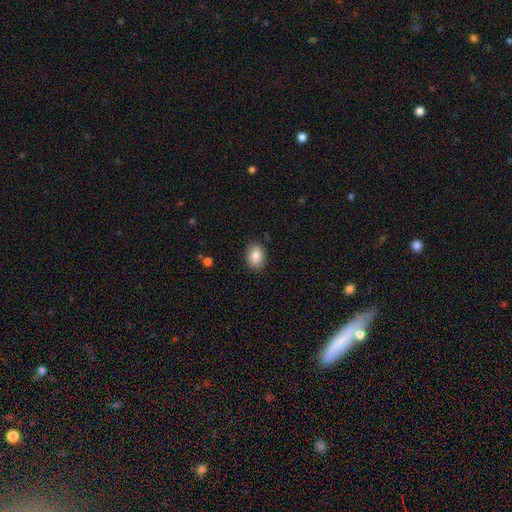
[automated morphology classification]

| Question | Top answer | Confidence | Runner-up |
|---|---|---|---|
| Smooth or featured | smooth | 86% | star or artifact (8%) |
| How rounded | in between | 76% | round (23%) |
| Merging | none | 86% | minor disturbance (10%) |